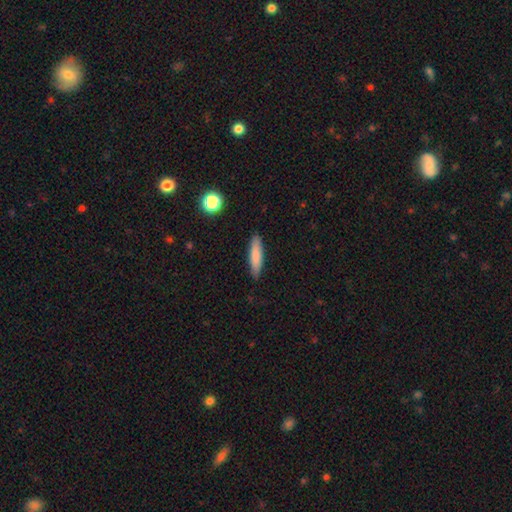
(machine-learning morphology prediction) smooth 82%, featured or disk 12%, star or artifact 6%. Down the decision tree: how rounded — cigar-shaped (79%); merging — none (88%).